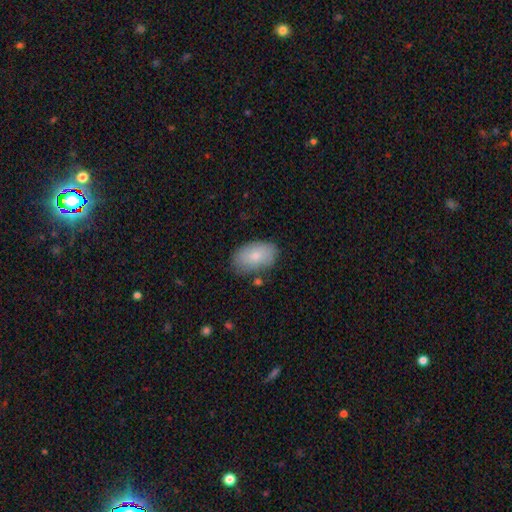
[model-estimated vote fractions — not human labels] Smooth or featured? Predicted: smooth (p=0.80). How rounded? Predicted: in between (p=0.93). Merging? Predicted: none (p=0.76).